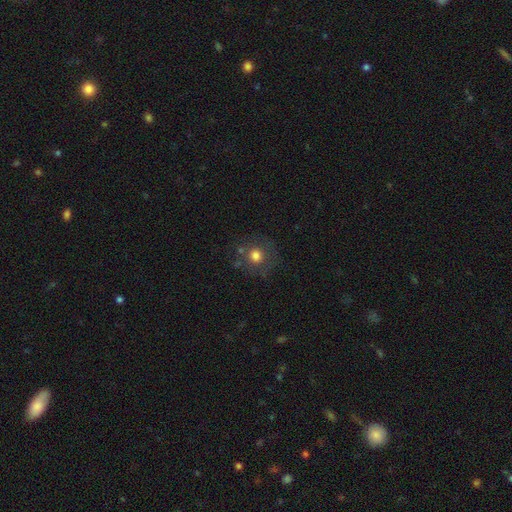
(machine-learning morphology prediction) Overall: smooth (73%). How rounded: round (91%). Merging: none (76%).